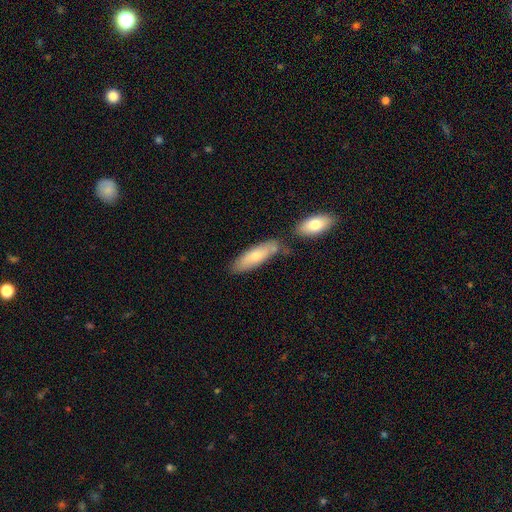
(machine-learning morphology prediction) Smooth or featured? smooth (71%)
How rounded? in between (53%)
Merging? none (59%)